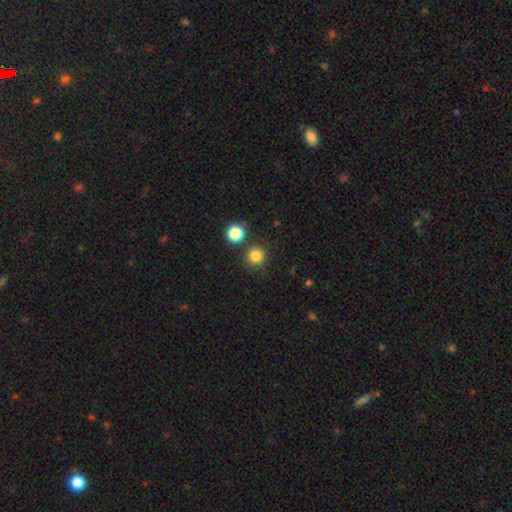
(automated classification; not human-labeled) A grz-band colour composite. It shows a smooth galaxy with no disk features (82%) that is round (94%). Merging: none (84%).